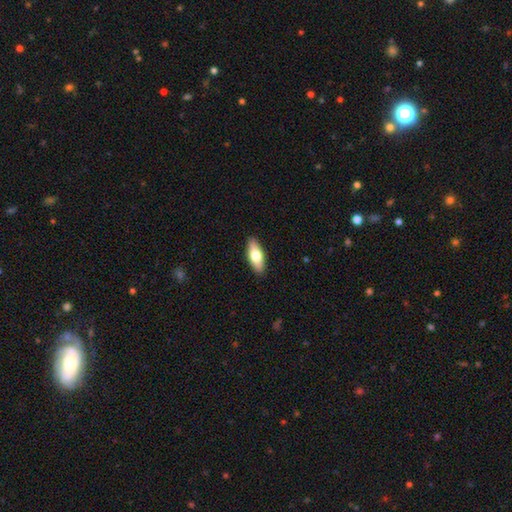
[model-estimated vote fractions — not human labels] A smooth galaxy with no disk features (68%) that is in between round and cigar-shaped (73%).

Vote fractions:
- Smooth or featured? smooth: 68% / featured or disk: 27% / star or artifact: 6%
- How rounded? in between: 73% / cigar-shaped: 24% / round: 3%
- Merging? none: 90% / minor disturbance: 7% / major disturbance: 2% / merger: 1%